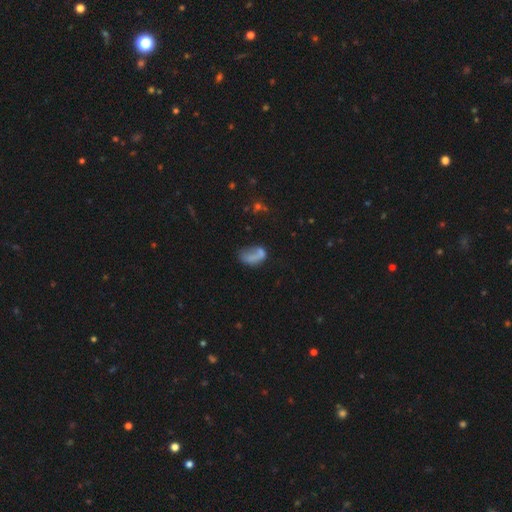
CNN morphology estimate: Overall: smooth (63%; featured or disk 25%). How rounded: in between (88%). Merging: none (31%, tied with major disturbance).